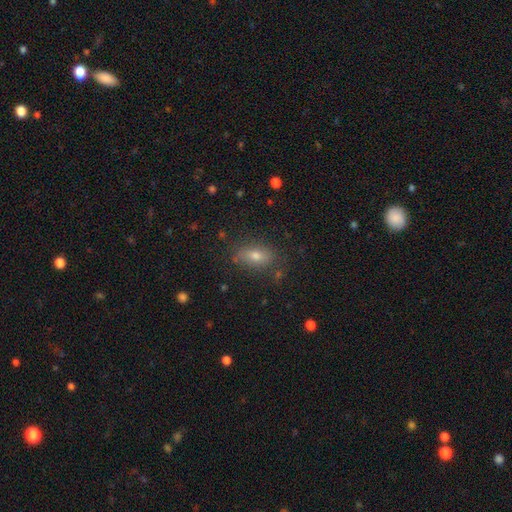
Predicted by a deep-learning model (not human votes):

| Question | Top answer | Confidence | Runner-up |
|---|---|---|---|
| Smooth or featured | smooth | 69% | featured or disk (17%) |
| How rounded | in between | 81% | round (10%) |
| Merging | none | 79% | minor disturbance (14%) |